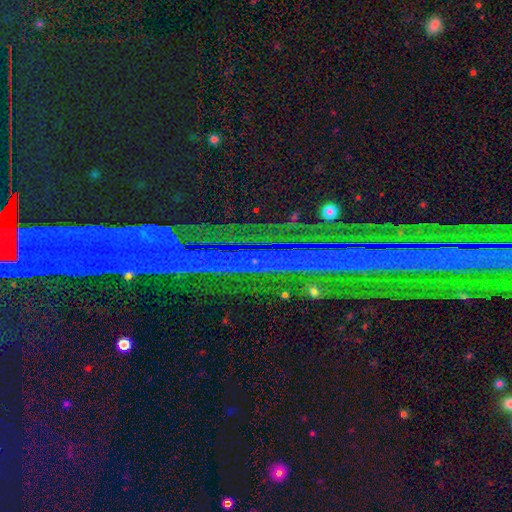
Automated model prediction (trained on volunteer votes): A star or artifact, not a galaxy (86%).

Vote fractions:
- Smooth or featured? star or artifact: 86% / featured or disk: 7% / smooth: 6%